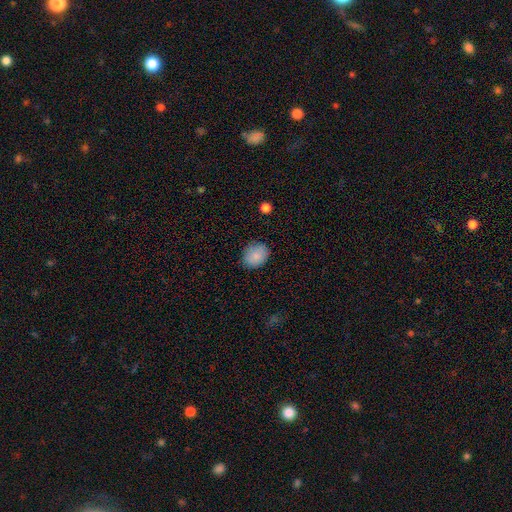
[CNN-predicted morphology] smooth 87%, star or artifact 8%, featured or disk 5%. Down the decision tree: how rounded — round (55%); merging — none (84%).